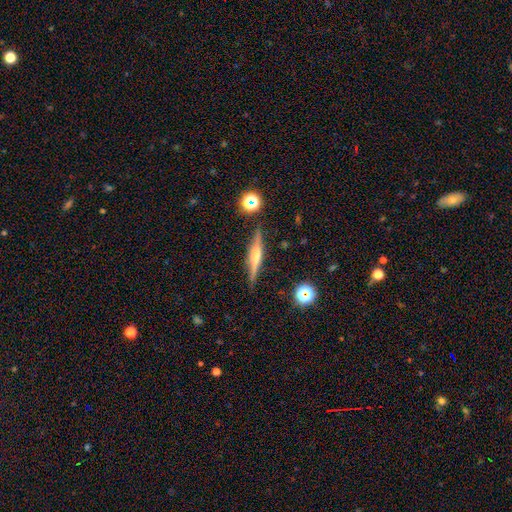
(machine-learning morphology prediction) smooth-or-featured: featured or disk: 73% | smooth: 18% | star or artifact: 9%
  disk-edge-on: yes: 97% | no: 3%
    edge-on-bulge: rounded: 81% | boxy: 11% | none: 8%
  merging: none: 89% | minor disturbance: 7% | merger: 2% | major disturbance: 2%